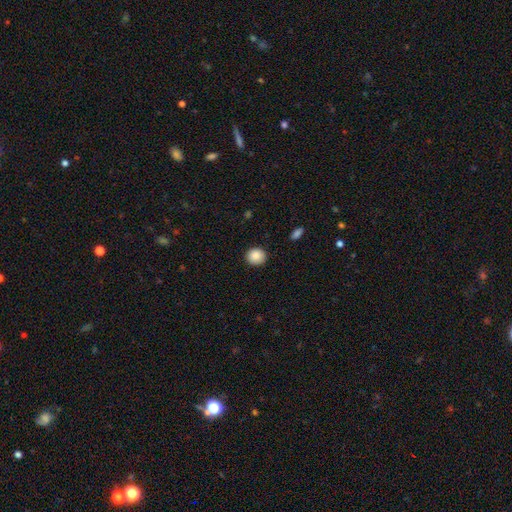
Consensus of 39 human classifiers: Volunteers were most divided on "how rounded": round: 82%, in between: 18%, cigar-shaped: 0%. More confident: merging — none (86%); smooth or featured — smooth (85%).